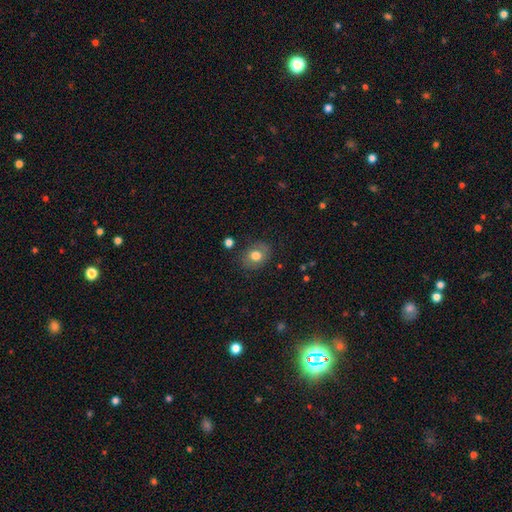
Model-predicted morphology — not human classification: Q: Smooth or featured?
A: smooth (75%); runner-up: featured or disk (15%)
Q: How rounded?
A: in between (53%); runner-up: round (46%)
Q: Merging?
A: none (79%); runner-up: minor disturbance (15%)